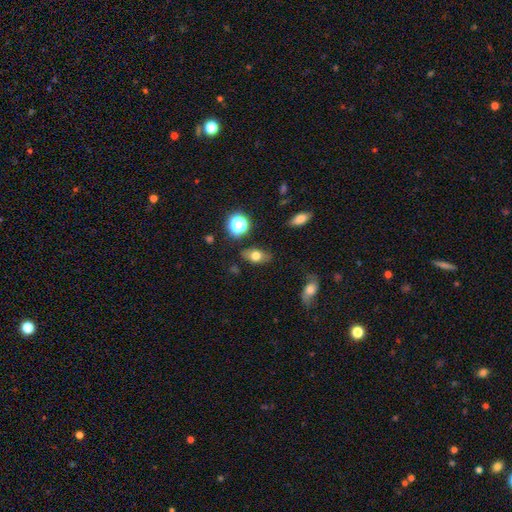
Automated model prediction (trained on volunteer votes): Overall: smooth (70%). How rounded: in between (81%). Merging: none (80%).